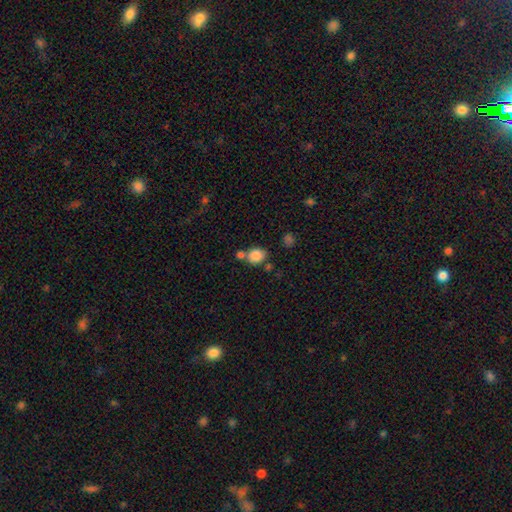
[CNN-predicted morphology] This is clearly a smooth galaxy (85%). How rounded: likely round (70%). Merging: possibly none (57%).